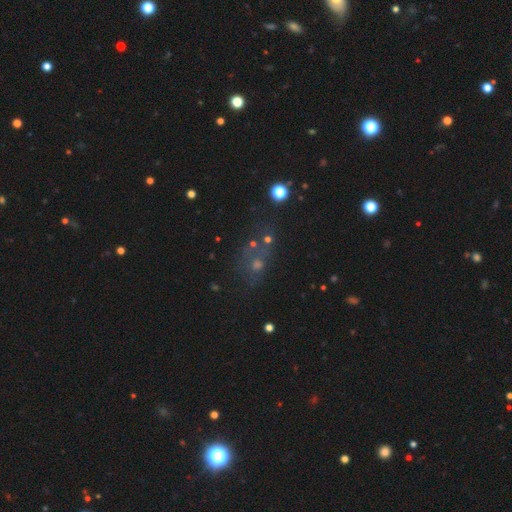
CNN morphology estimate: This appears to be a star or artifact, not a galaxy (43%).